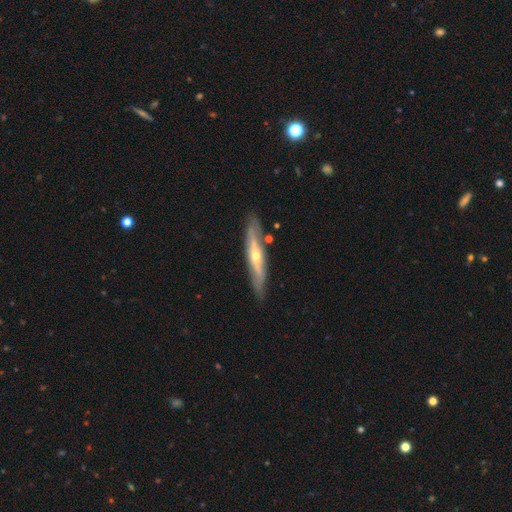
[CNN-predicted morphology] Smooth or featured? Predicted: featured or disk (p=0.69). Edge-on disk? Predicted: yes (p=0.77). Edge-on bulge? Predicted: rounded (p=0.83). Merging? Predicted: none (p=0.81).